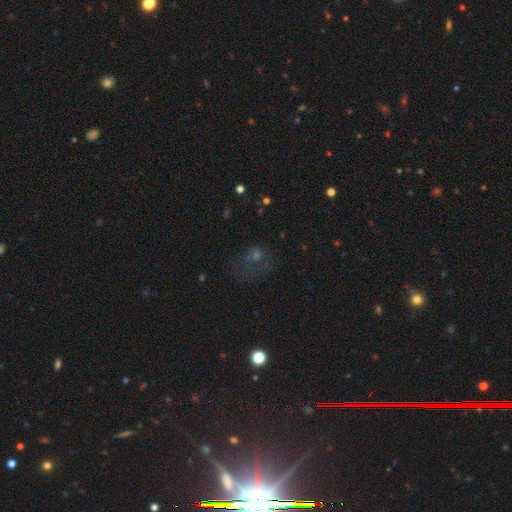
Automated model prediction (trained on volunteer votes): The model was most divided on "smooth or featured": smooth: 37%, star or artifact: 36%, featured or disk: 27%. Remaining: merging — none (42%).